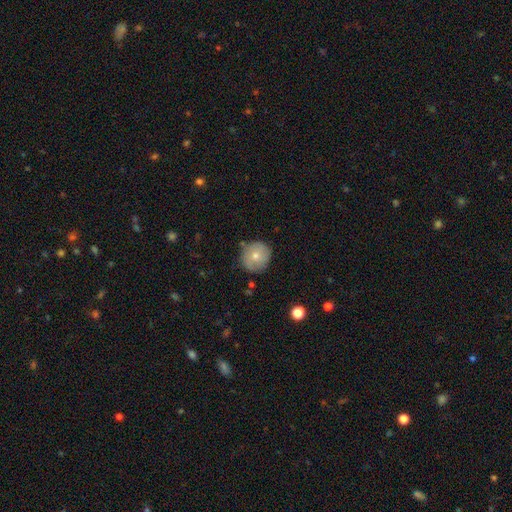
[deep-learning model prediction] Overall: smooth (65%; featured or disk 27%). How rounded: round (92%). Merging: none (78%).